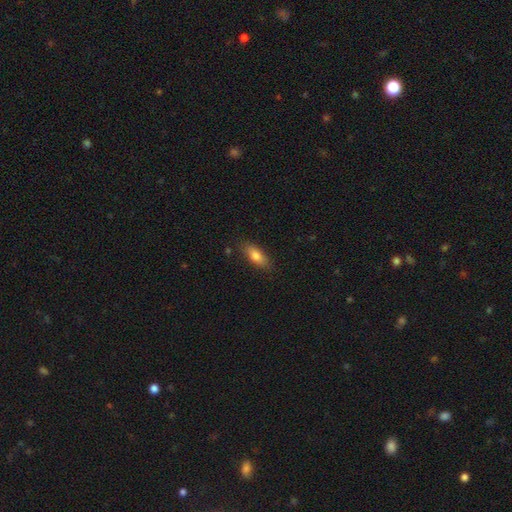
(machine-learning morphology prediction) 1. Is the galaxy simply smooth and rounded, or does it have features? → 78% smooth, 15% featured or disk, 7% star or artifact.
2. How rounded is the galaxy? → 74% in between, 23% cigar-shaped, 3% round.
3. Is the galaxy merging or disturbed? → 83% none, 13% minor disturbance, 3% major disturbance, 1% merger.